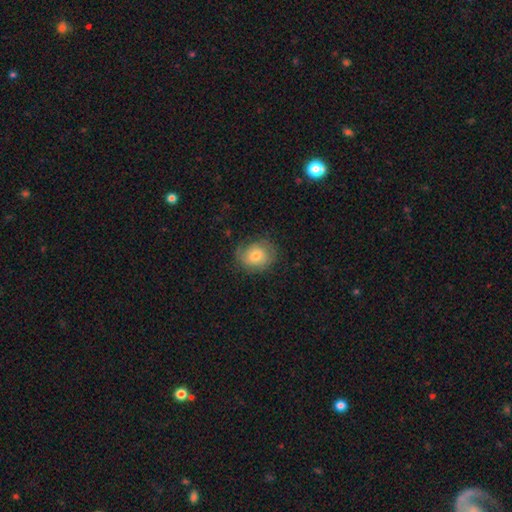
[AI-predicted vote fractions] smooth-or-featured: smooth: 58% | featured or disk: 33% | star or artifact: 8%
  how-rounded: round: 63% | in between: 36% | cigar-shaped: 1%
  merging: none: 66% | minor disturbance: 23% | major disturbance: 10% | merger: 1%